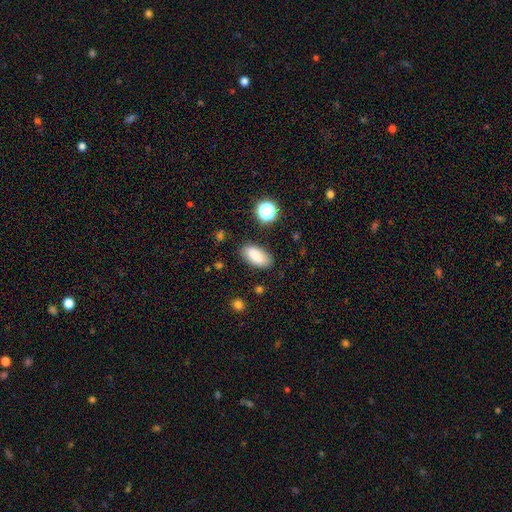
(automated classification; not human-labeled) Smooth or featured?
  - smooth: 83% *
  - star or artifact: 9%
  - featured or disk: 8%
How rounded?
  - in between: 90% *
  - cigar-shaped: 6%
  - round: 4%
Merging?
  - none: 83% *
  - minor disturbance: 12%
  - major disturbance: 3%
  - merger: 2%